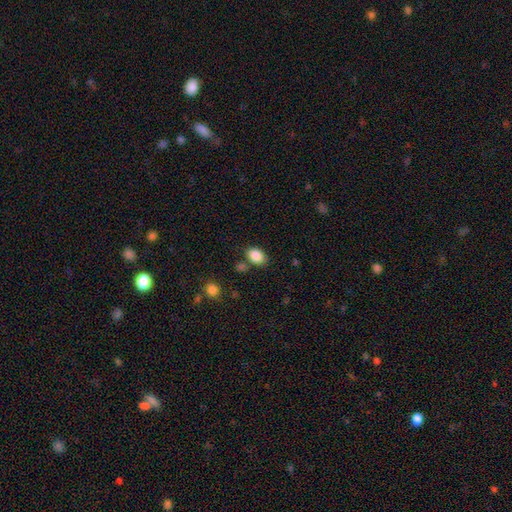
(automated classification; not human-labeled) Smooth or featured? smooth (87%)
How rounded? in between (82%)
Merging? none (74%)